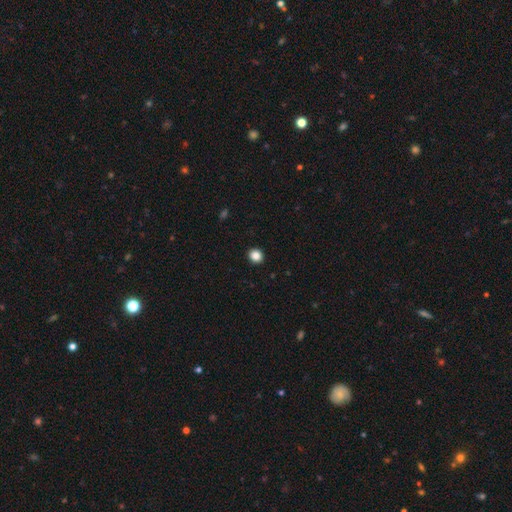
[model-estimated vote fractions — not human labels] Smooth or featured? Predicted: smooth (p=0.86). How rounded? Predicted: round (p=0.87). Merging? Predicted: none (p=0.93).